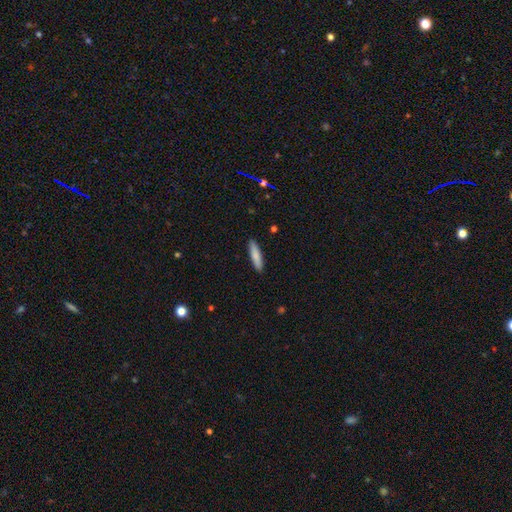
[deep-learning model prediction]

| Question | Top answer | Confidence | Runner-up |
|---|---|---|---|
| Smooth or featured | smooth | 83% | featured or disk (12%) |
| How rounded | cigar-shaped | 80% | in between (18%) |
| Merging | none | 91% | minor disturbance (7%) |